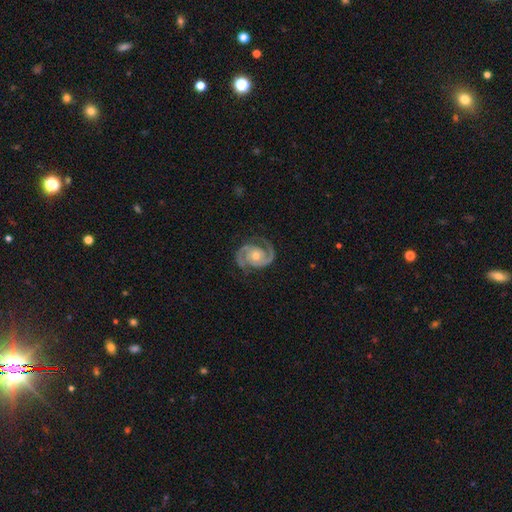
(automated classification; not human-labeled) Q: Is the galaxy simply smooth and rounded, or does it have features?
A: featured or disk — 92%.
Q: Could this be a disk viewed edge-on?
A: no — 98%.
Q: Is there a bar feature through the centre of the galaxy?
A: no — 72%.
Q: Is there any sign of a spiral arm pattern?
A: yes — 98%.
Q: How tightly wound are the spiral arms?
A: medium — 48%.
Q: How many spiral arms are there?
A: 2 — 93%.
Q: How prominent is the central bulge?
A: moderate — 60%.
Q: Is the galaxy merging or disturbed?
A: none — 80%.